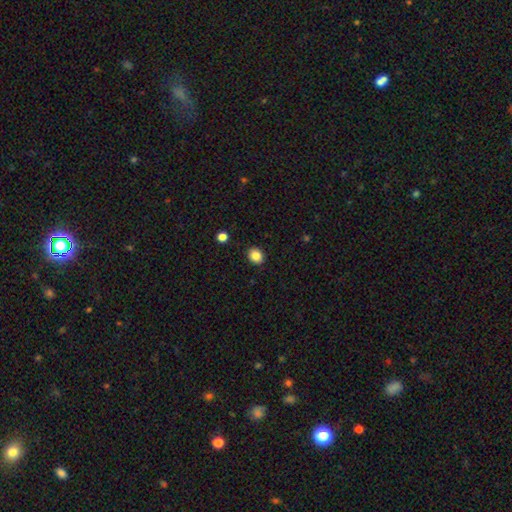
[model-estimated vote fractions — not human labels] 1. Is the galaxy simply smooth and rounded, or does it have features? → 86% smooth, 10% star or artifact, 4% featured or disk.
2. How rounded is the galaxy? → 58% round, 42% in between, 1% cigar-shaped.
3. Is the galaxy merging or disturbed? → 90% none, 7% minor disturbance, 2% major disturbance, 1% merger.